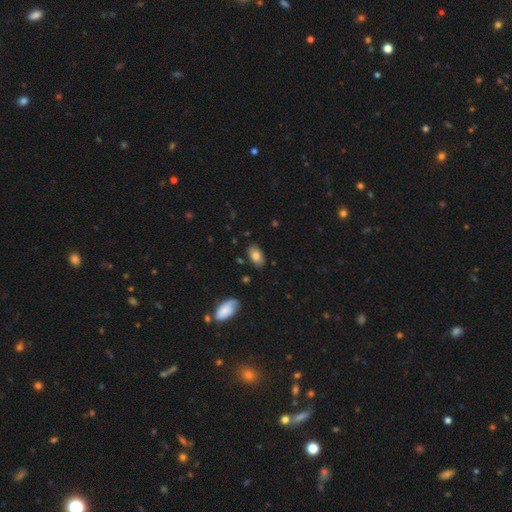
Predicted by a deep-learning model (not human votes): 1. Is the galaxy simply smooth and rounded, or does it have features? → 78% smooth, 14% featured or disk, 7% star or artifact.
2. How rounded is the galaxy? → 93% in between, 5% round, 2% cigar-shaped.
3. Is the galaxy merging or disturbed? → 83% none, 12% minor disturbance, 3% major disturbance, 2% merger.